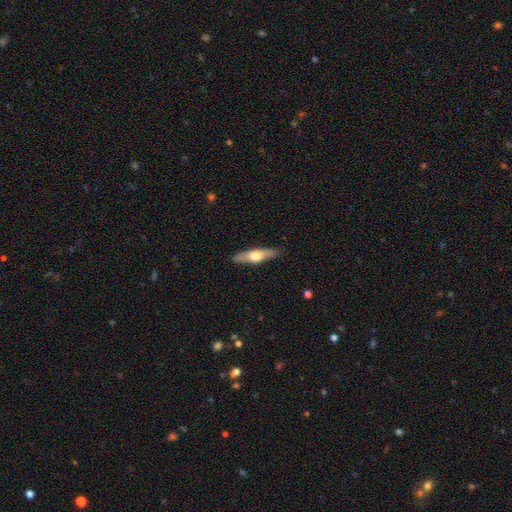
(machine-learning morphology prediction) Smooth or featured? featured or disk (53%)
Edge-on disk? yes (91%)
Merging? none (88%)